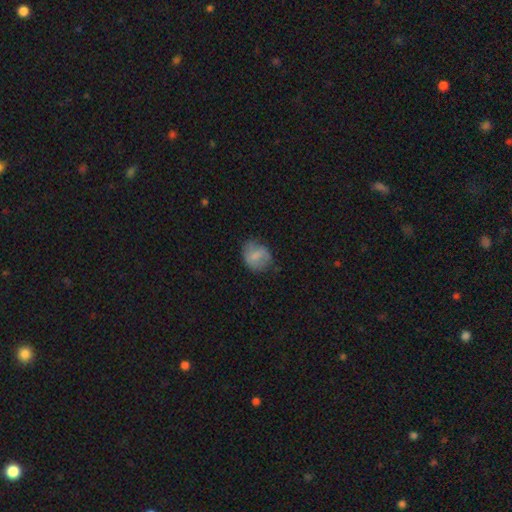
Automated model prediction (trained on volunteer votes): smooth_or_featured: smooth (p=0.69) [alt: featured or disk p=0.23]
how_rounded: round (p=0.60) [alt: in between p=0.39]
merging: none (p=0.63) [alt: minor disturbance p=0.26]